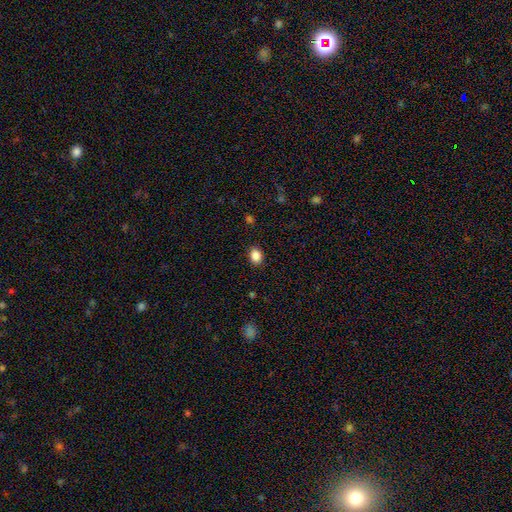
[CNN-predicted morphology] Smooth or featured? Predicted: smooth (p=0.87). How rounded? Predicted: in between (p=0.61). Merging? Predicted: none (p=0.88).